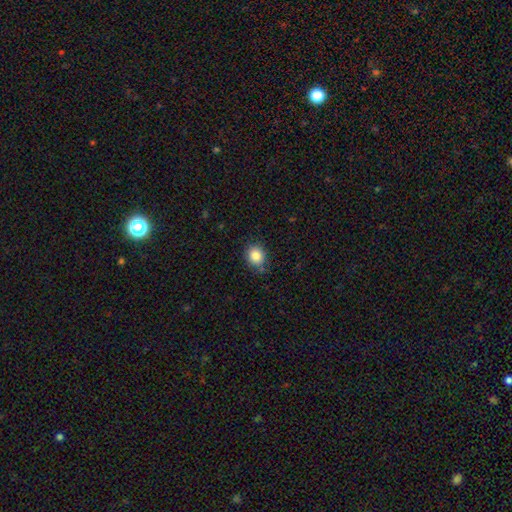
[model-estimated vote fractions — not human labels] smooth 86%, star or artifact 10%, featured or disk 4%. Down the decision tree: how rounded — round (80%); merging — none (82%).